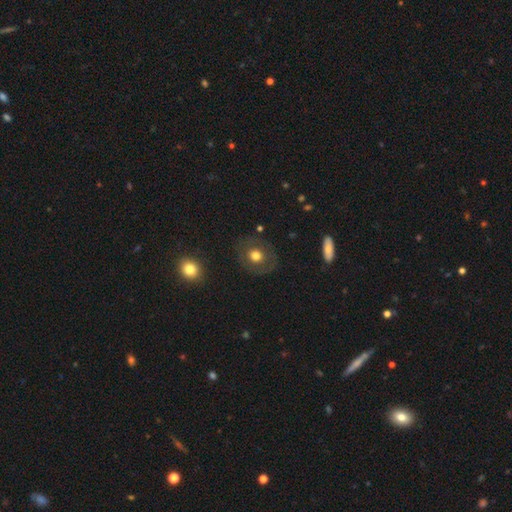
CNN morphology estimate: smooth 65%, featured or disk 25%, star or artifact 10%. Down the decision tree: how rounded — round (78%); merging — none (82%).